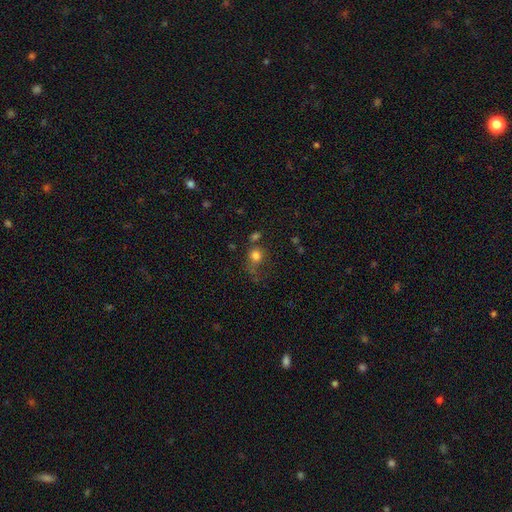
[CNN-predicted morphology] Smooth or featured?
  - smooth: 77% *
  - star or artifact: 14%
  - featured or disk: 10%
How rounded?
  - round: 69% *
  - in between: 30%
  - cigar-shaped: 1%
Merging?
  - none: 42% *
  - minor disturbance: 22%
  - major disturbance: 21%
  - merger: 15%